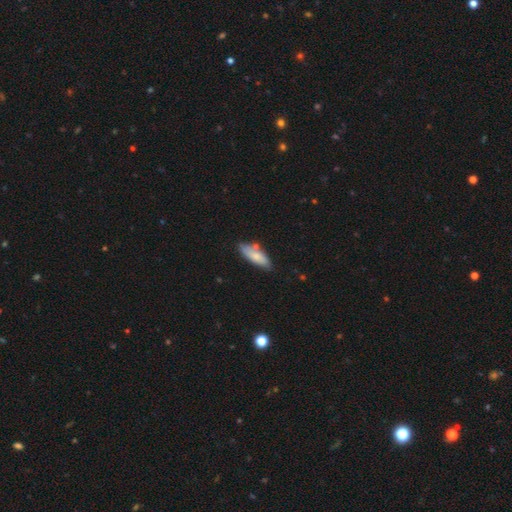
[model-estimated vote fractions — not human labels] A smooth galaxy with no disk features (74%) that is in between round and cigar-shaped (67%). Merging: none (64%).